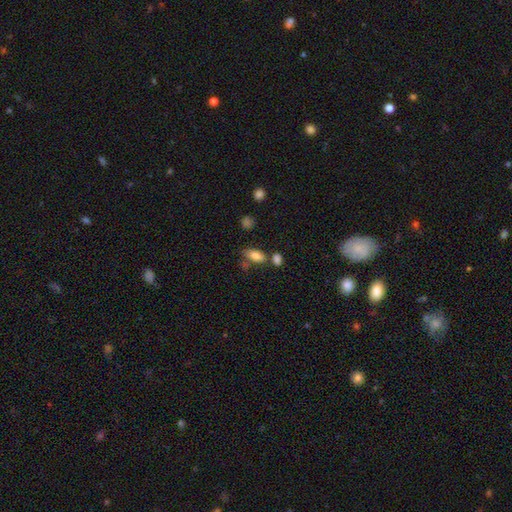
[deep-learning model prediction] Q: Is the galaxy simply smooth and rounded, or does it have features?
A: smooth — 82%.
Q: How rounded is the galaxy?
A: in between — 86%.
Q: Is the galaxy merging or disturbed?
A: none — 58%.